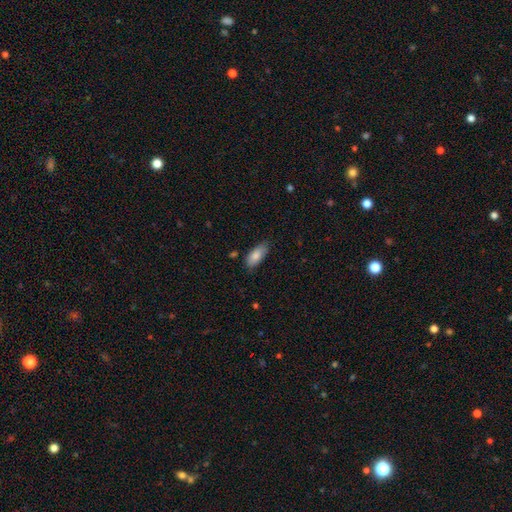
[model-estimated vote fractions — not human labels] Smooth or featured: smooth — 83% (featured or disk — 10%)
How rounded: in between — 86% (cigar-shaped — 12%)
Merging: none — 74% (minor disturbance — 21%)